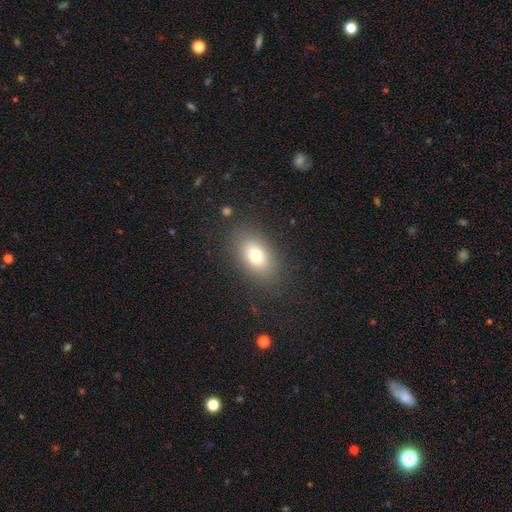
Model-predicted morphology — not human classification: Smooth or featured?
  - smooth: 74% *
  - featured or disk: 15%
  - star or artifact: 11%
How rounded?
  - in between: 84% *
  - round: 14%
  - cigar-shaped: 2%
Merging?
  - none: 84% *
  - minor disturbance: 10%
  - major disturbance: 5%
  - merger: 1%